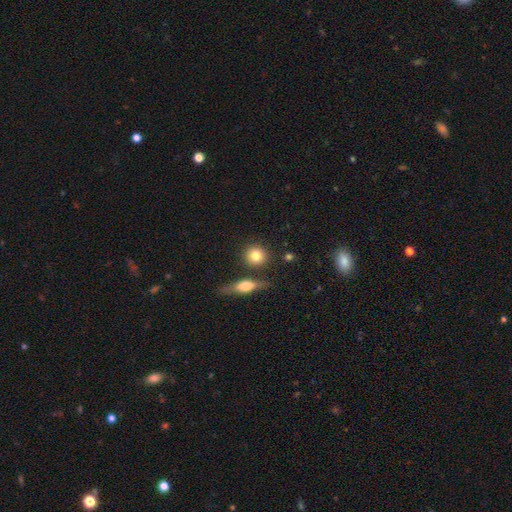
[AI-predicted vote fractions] Q: Smooth or featured?
A: smooth (79%); runner-up: featured or disk (12%)
Q: How rounded?
A: round (86%); runner-up: in between (12%)
Q: Merging?
A: none (79%); runner-up: merger (9%)